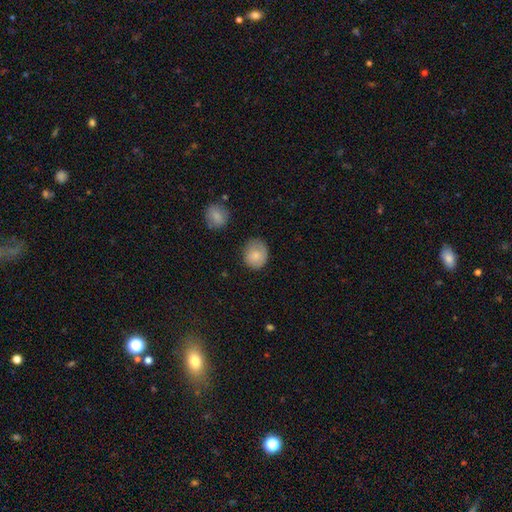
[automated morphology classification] smooth_or_featured: smooth (p=0.83) [alt: featured or disk p=0.10]
how_rounded: round (p=0.72) [alt: in between p=0.27]
merging: none (p=0.73) [alt: minor disturbance p=0.21]